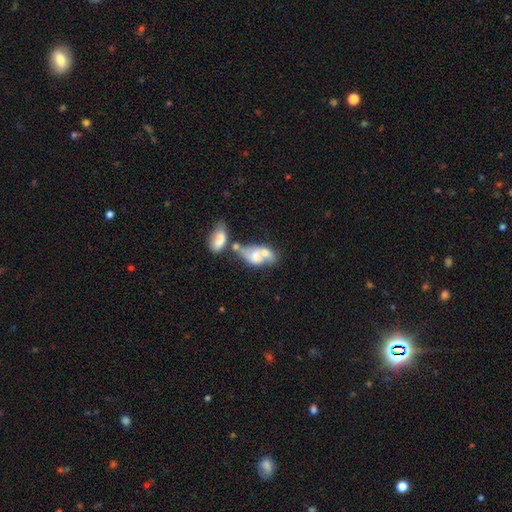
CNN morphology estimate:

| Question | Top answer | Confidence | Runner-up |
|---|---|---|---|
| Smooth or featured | smooth | 47% | featured or disk (44%) |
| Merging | merger | 62% | none (16%) |